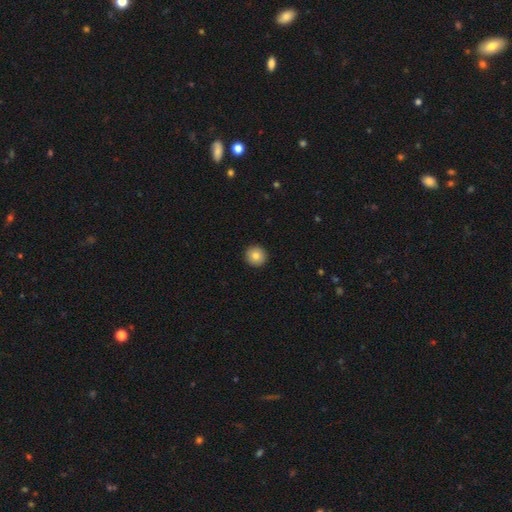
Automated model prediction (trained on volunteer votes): Q: Smooth or featured?
A: smooth (81%); runner-up: featured or disk (10%)
Q: How rounded?
A: round (96%); runner-up: in between (4%)
Q: Merging?
A: none (93%); runner-up: minor disturbance (4%)